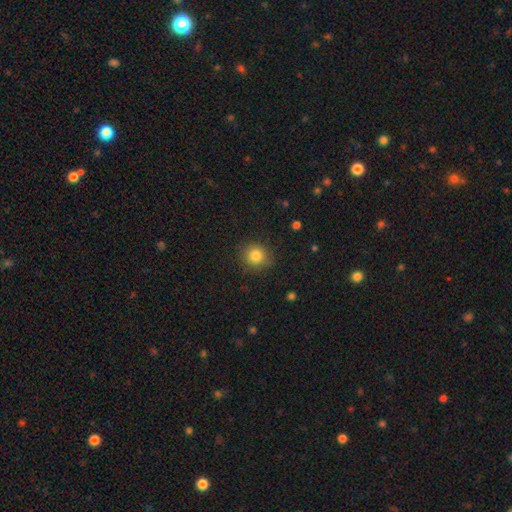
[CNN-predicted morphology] smooth_or_featured: smooth (p=0.83) [alt: star or artifact p=0.11]
how_rounded: round (p=0.89) [alt: in between p=0.10]
merging: none (p=0.86) [alt: minor disturbance p=0.10]